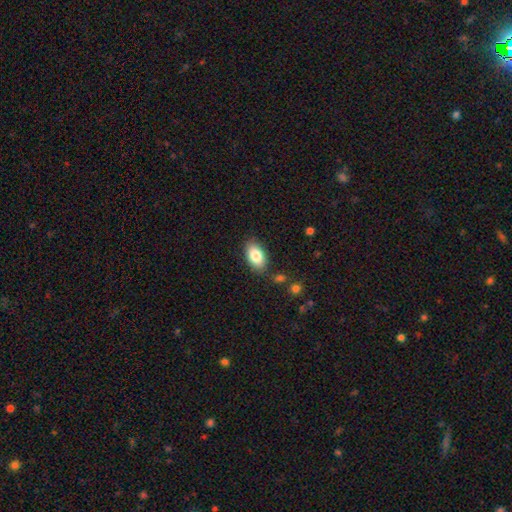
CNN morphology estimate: This appears to be a smooth galaxy with no disk features (84%) that is in between round and cigar-shaped (93%). Merging: none (83%).